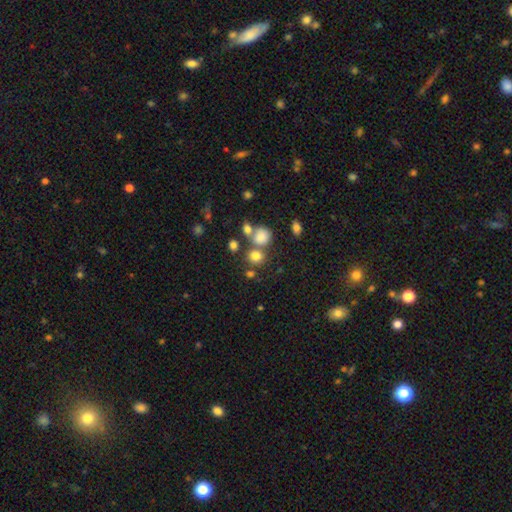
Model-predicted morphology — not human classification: Smooth or featured? smooth (77%)
How rounded? round (80%)
Merging? none (61%)